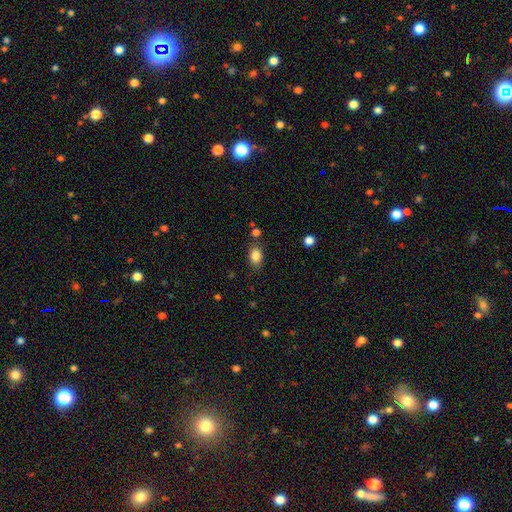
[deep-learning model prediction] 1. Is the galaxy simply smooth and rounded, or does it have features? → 85% smooth, 9% star or artifact, 6% featured or disk.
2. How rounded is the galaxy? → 77% in between, 22% round, 2% cigar-shaped.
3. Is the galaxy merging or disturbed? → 75% none, 15% minor disturbance, 5% merger, 4% major disturbance.